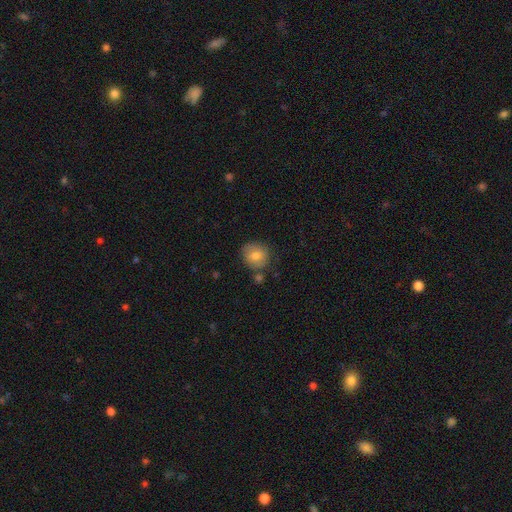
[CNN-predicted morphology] type=smooth (78%); roundness=round (82%); merging=none (72%).